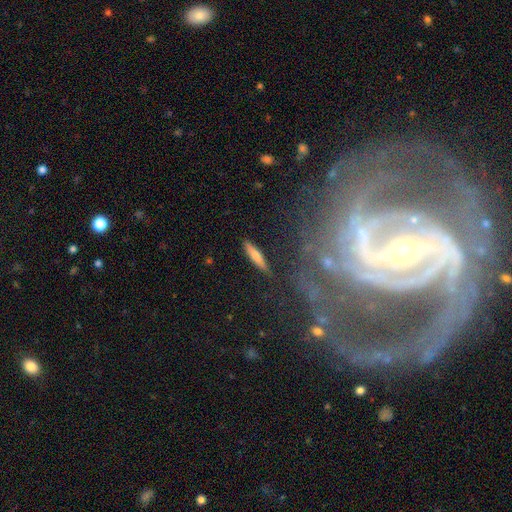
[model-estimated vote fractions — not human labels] Smooth or featured?
  - smooth: 65% *
  - featured or disk: 28%
  - star or artifact: 7%
How rounded?
  - cigar-shaped: 83% *
  - in between: 15%
  - round: 2%
Merging?
  - none: 84% *
  - minor disturbance: 11%
  - major disturbance: 3%
  - merger: 2%